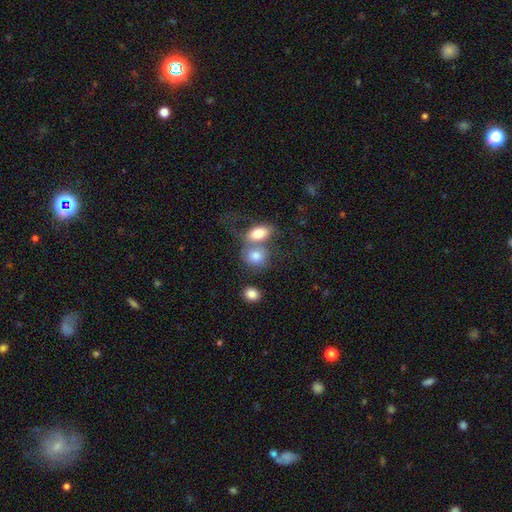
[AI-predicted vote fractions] A smooth galaxy with no disk features (78%) that is in between round and cigar-shaped (54%).

Vote fractions:
- Smooth or featured? smooth: 78% / featured or disk: 13% / star or artifact: 8%
- How rounded? in between: 54% / round: 44% / cigar-shaped: 2%
- Merging? merger: 56% / none: 27% / minor disturbance: 9% / major disturbance: 7%